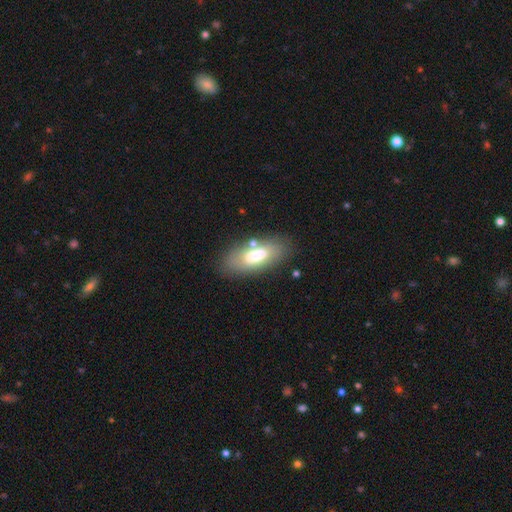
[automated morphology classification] A smooth galaxy with no disk features (66%) that is in between round and cigar-shaped (84%).

Vote fractions:
- Smooth or featured? smooth: 66% / featured or disk: 26% / star or artifact: 8%
- How rounded? in between: 84% / cigar-shaped: 13% / round: 3%
- Merging? none: 73% / minor disturbance: 14% / merger: 7% / major disturbance: 6%